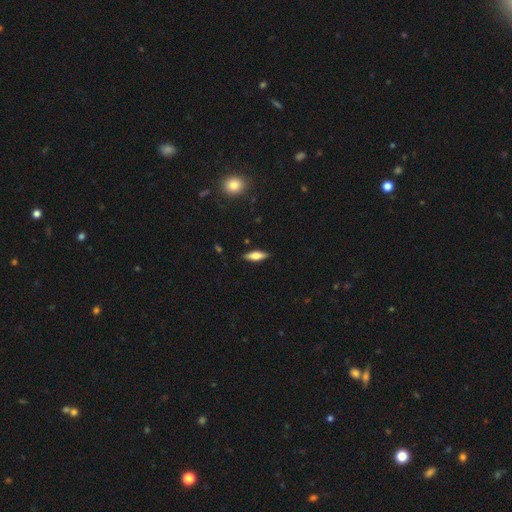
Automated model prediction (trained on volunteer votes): Smooth or featured?
  - smooth: 59% *
  - featured or disk: 34%
  - star or artifact: 7%
How rounded?
  - in between: 49% * (tied)
  - cigar-shaped: 49% * (tied)
  - round: 2%
Merging?
  - none: 88% *
  - minor disturbance: 9%
  - major disturbance: 2%
  - merger: 1%